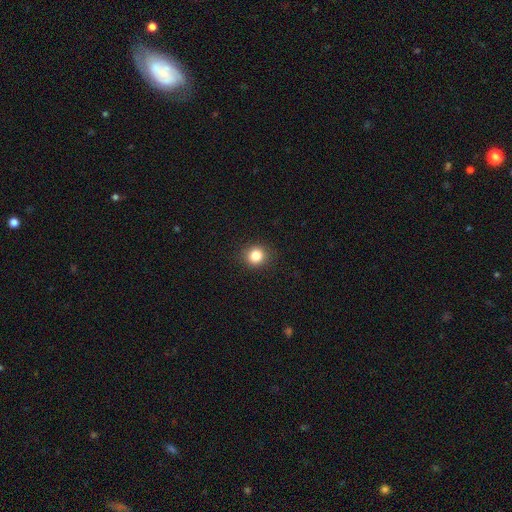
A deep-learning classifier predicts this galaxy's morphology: Overall: smooth (84%). How rounded: round (86%). Merging: none (91%).